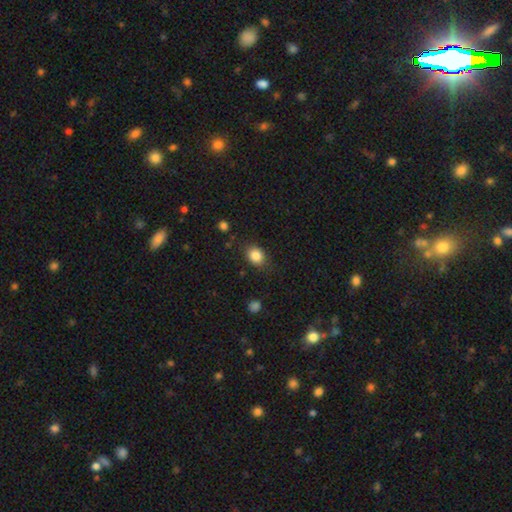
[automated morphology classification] A smooth galaxy with no disk features (85%) that is round (50%). Merging: none (80%).